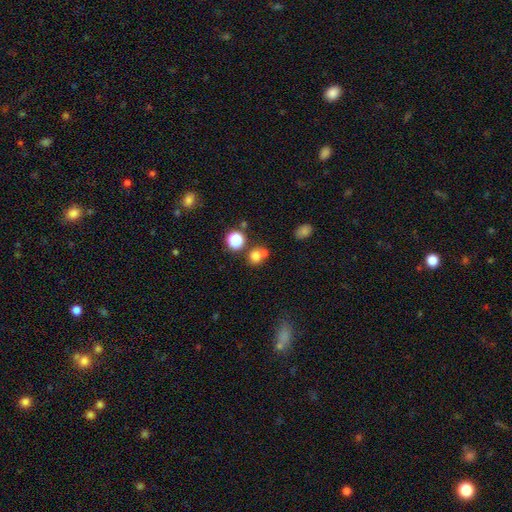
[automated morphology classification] Q: Smooth or featured?
A: smooth (71%); runner-up: star or artifact (18%)
Q: How rounded?
A: round (79%); runner-up: in between (20%)
Q: Merging?
A: none (50%); runner-up: merger (38%)